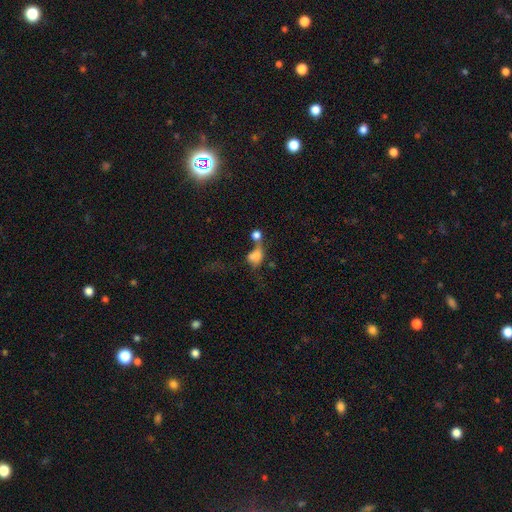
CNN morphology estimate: smooth_or_featured: smooth (p=0.64) [alt: featured or disk p=0.22]
how_rounded: in between (p=0.65) [alt: round p=0.30]
merging: merger (p=0.52) [alt: major disturbance p=0.19]